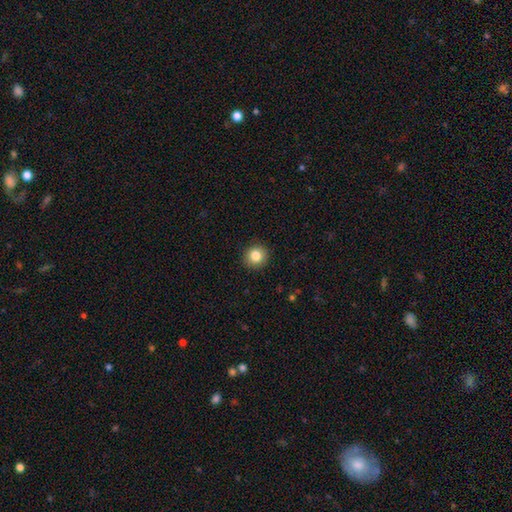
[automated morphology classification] The model was most divided on "smooth or featured": smooth: 83%, star or artifact: 10%, featured or disk: 7%. More confident: merging — none (92%); how rounded — round (91%).